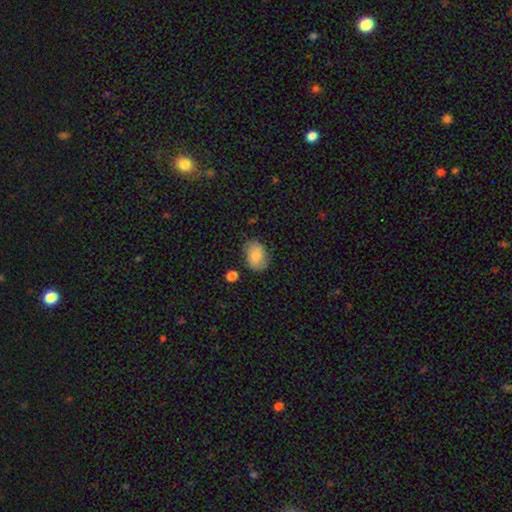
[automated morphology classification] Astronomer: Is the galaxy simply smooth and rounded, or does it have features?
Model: smooth — 73%.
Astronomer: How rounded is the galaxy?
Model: in between — 69%.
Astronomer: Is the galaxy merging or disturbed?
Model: none — 69%.